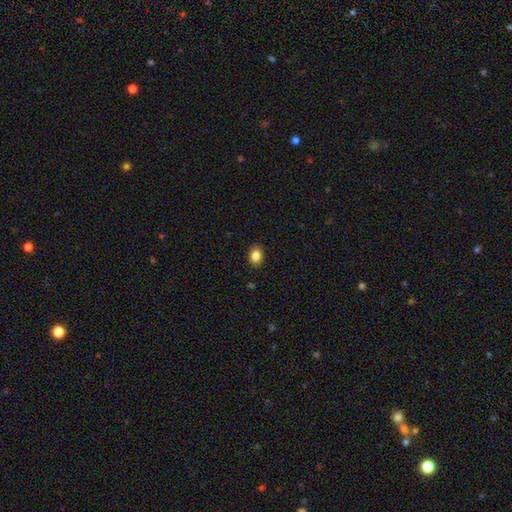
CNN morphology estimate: smooth-or-featured: smooth: 85% | star or artifact: 10% | featured or disk: 5%
  how-rounded: in between: 63% | round: 36% | cigar-shaped: 1%
  merging: none: 89% | minor disturbance: 8% | major disturbance: 2% | merger: 1%